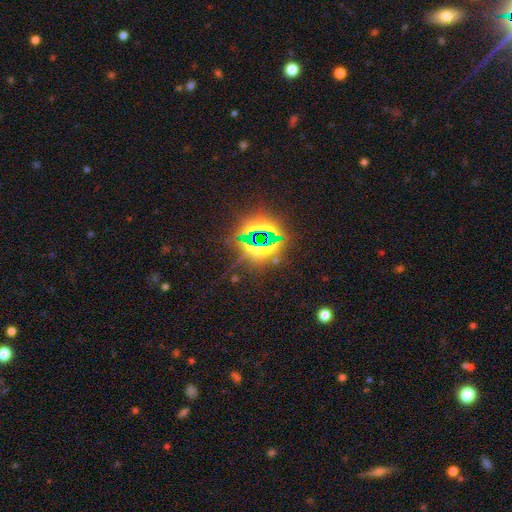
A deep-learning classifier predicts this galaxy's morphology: smooth-or-featured: star or artifact: 80% | smooth: 11% | featured or disk: 10%